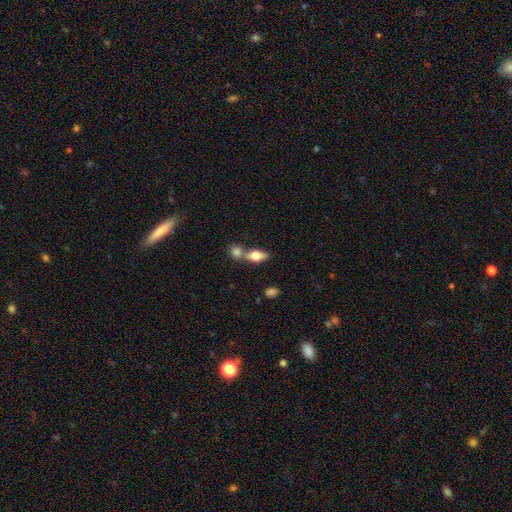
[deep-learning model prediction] Smooth or featured? Predicted: smooth (p=0.67). How rounded? Predicted: in between (p=0.73). Merging? Predicted: merger (p=0.47).